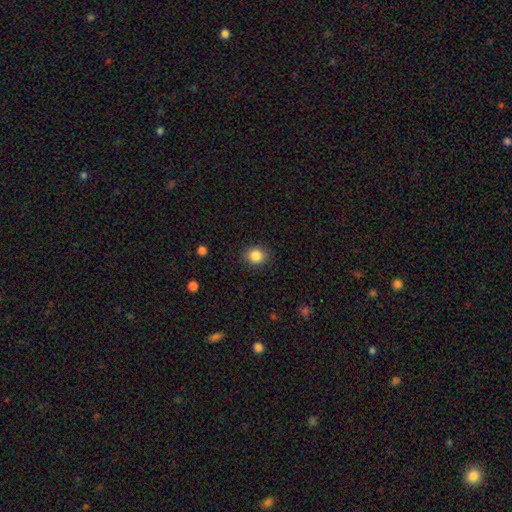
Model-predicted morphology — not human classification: Overall: smooth (86%). How rounded: round (75%). Merging: none (89%).